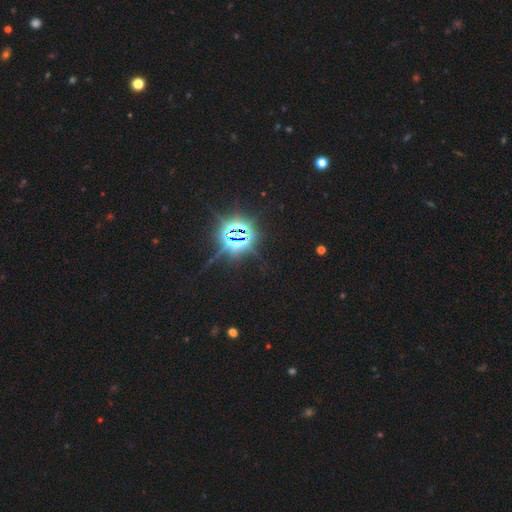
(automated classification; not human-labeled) The model was most divided on "smooth or featured": star or artifact: 87%, smooth: 8%, featured or disk: 6%.